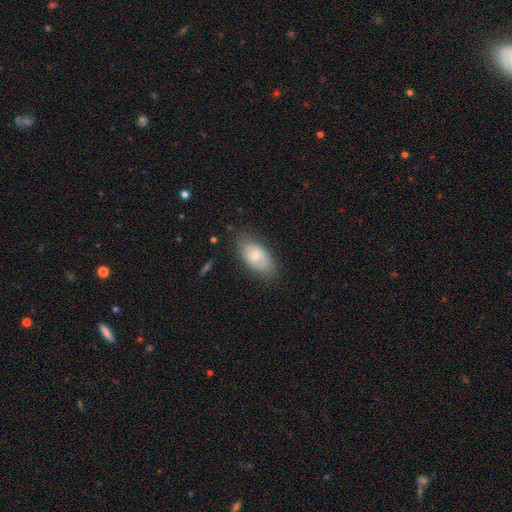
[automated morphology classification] Smooth or featured: smooth — 71% (featured or disk — 23%)
How rounded: in between — 93% (cigar-shaped — 4%)
Merging: none — 74% (minor disturbance — 20%)